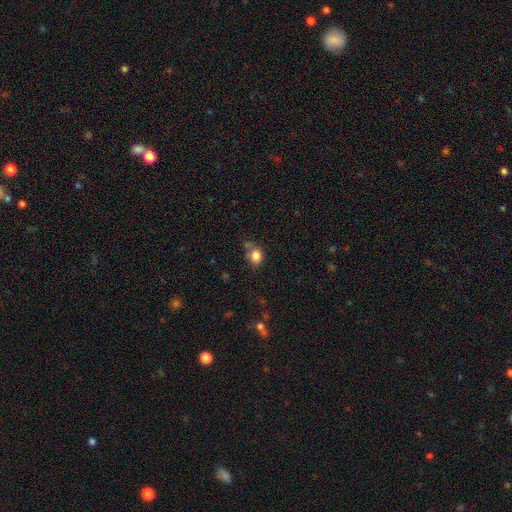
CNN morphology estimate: smooth-or-featured: smooth: 83% | star or artifact: 11% | featured or disk: 6%
  how-rounded: round: 61% | in between: 38% | cigar-shaped: 1%
  merging: none: 54% | minor disturbance: 25% | merger: 13% | major disturbance: 9%